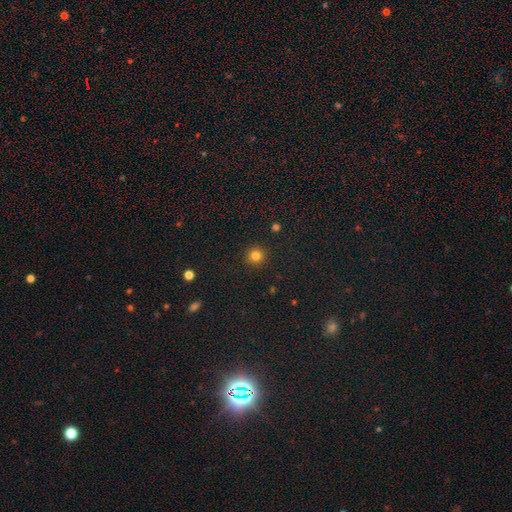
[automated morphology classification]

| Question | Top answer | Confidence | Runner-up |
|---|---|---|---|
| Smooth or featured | smooth | 81% | star or artifact (14%) |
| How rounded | round | 95% | in between (4%) |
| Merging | none | 92% | minor disturbance (5%) |